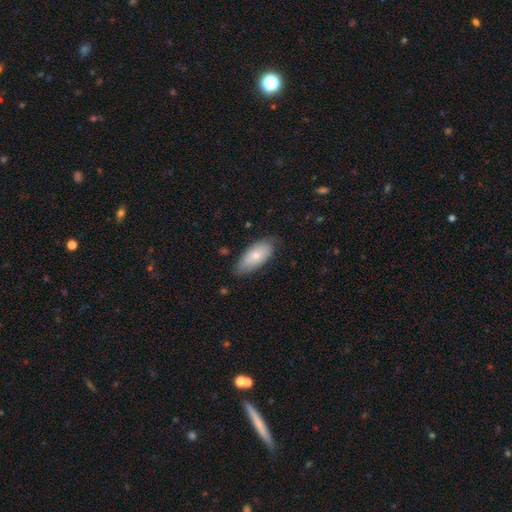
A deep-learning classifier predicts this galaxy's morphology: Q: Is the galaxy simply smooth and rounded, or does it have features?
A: smooth — 73%.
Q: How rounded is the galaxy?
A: in between — 89%.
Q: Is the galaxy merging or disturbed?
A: none — 75%.